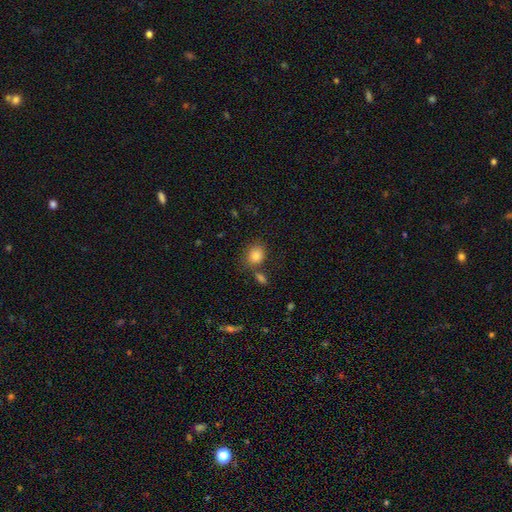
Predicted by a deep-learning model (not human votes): This appears to be a smooth galaxy with no disk features (85%) that is round (49%, tied with in between). Merging: none (68%).